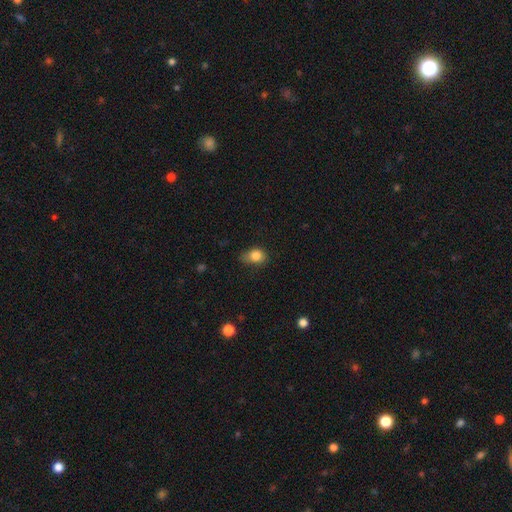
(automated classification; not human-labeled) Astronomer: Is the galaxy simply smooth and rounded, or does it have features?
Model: smooth — 83%.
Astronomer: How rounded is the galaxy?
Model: in between — 58% (runner-up: round, 41%).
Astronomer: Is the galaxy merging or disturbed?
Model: none — 49% (runner-up: minor disturbance, 38%).